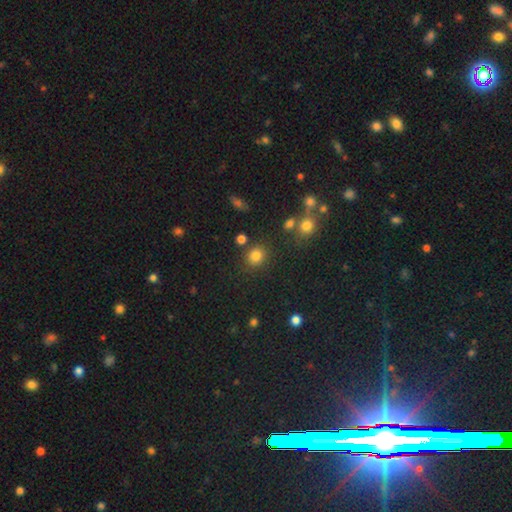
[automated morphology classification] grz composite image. It shows a smooth galaxy with no disk features (80%) that is round (78%). Merging: none (81%).